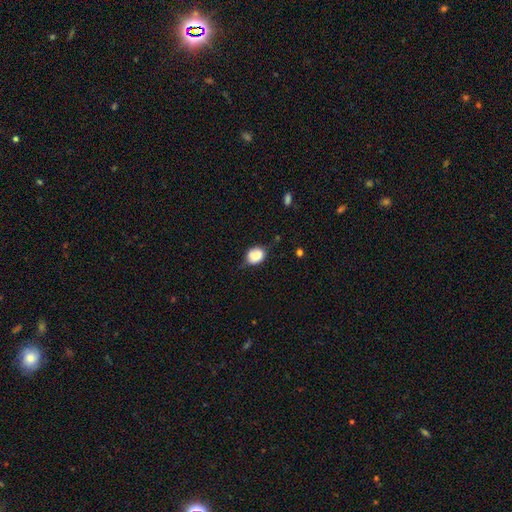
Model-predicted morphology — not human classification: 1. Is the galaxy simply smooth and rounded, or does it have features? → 83% smooth, 9% star or artifact, 8% featured or disk.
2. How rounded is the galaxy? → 50% round, 49% in between, 1% cigar-shaped.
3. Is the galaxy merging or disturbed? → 56% none, 33% minor disturbance, 8% major disturbance, 2% merger.